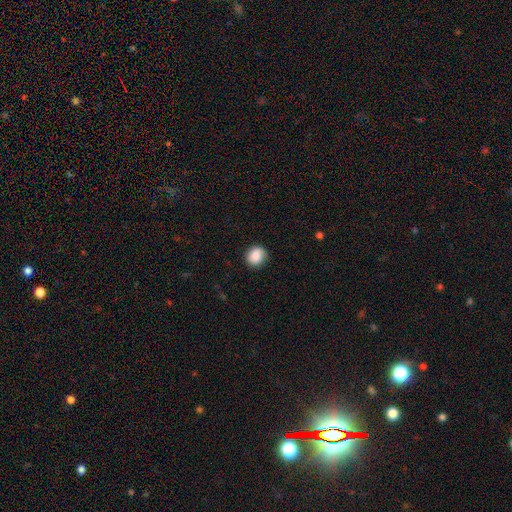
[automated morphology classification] This is clearly a smooth galaxy (84%). How rounded: likely round (78%). Merging: clearly none (84%).